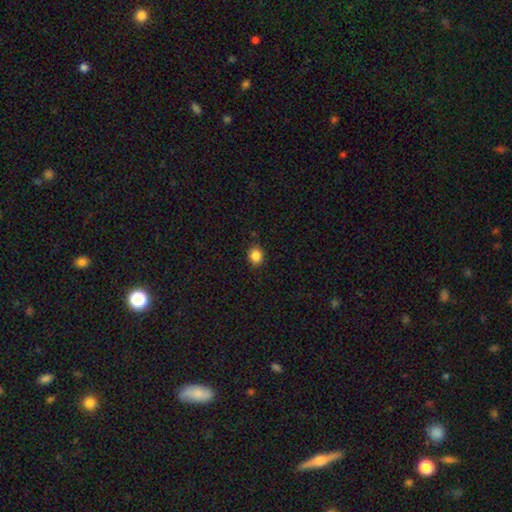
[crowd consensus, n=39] smooth-or-featured: smooth: 87% | star or artifact: 13% | featured or disk: 0%
  how-rounded: round: 71% | in between: 29% | cigar-shaped: 0%
  merging: none: 88% | minor disturbance: 6% | major disturbance: 6% | merger: 0%